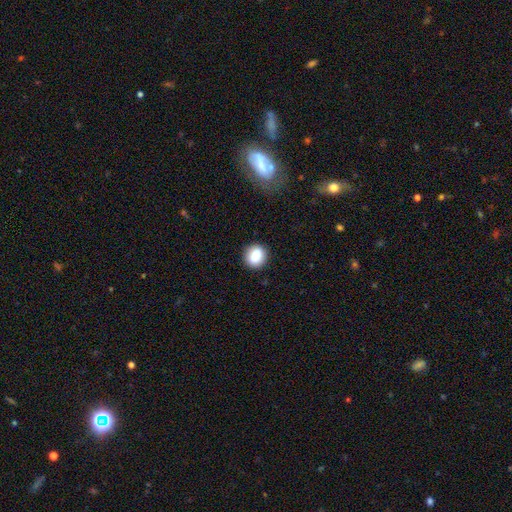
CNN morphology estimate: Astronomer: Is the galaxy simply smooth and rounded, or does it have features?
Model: smooth — 86%.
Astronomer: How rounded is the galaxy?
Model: round — 74%.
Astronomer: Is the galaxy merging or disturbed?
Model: none — 88%.